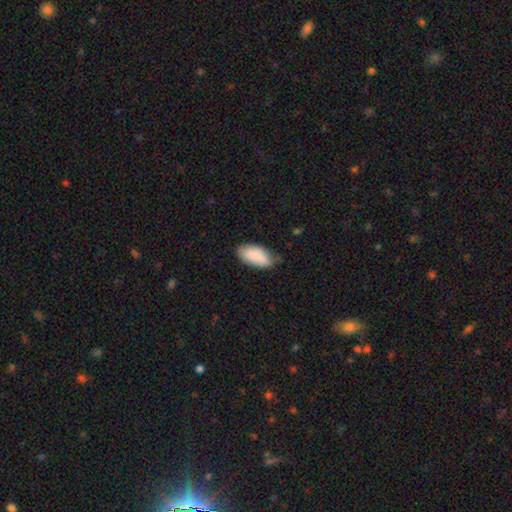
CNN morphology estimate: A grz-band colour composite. It shows a smooth galaxy with no disk features (85%) that is in between round and cigar-shaped (93%). Merging: none (61%).